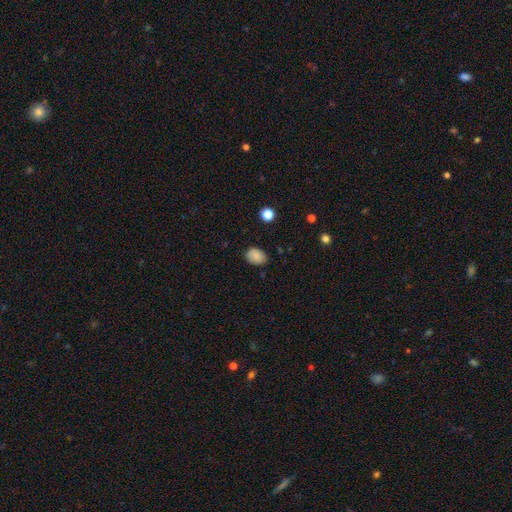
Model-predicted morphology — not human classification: type=smooth (85%); roundness=in between (70%); merging=none (81%).